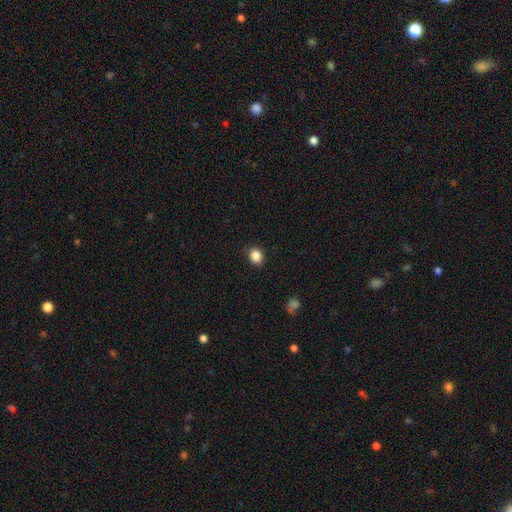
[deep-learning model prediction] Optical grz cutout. It shows a smooth galaxy with no disk features (86%) that is round (51%). Merging: none (85%).